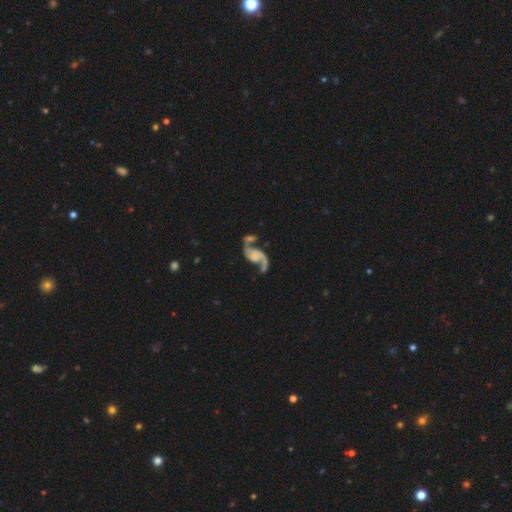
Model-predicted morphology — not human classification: Smooth or featured? Predicted: featured or disk (p=0.88). Edge-on disk? Predicted: no (p=0.98). Bar? Predicted: no (p=0.62). Spiral arms? Predicted: yes (p=0.96). Spiral winding? Predicted: loose (p=0.73). Spiral arm count? Predicted: 2 (p=0.89). Bulge size? Predicted: none (p=0.56). Merging? Predicted: none (p=0.39).